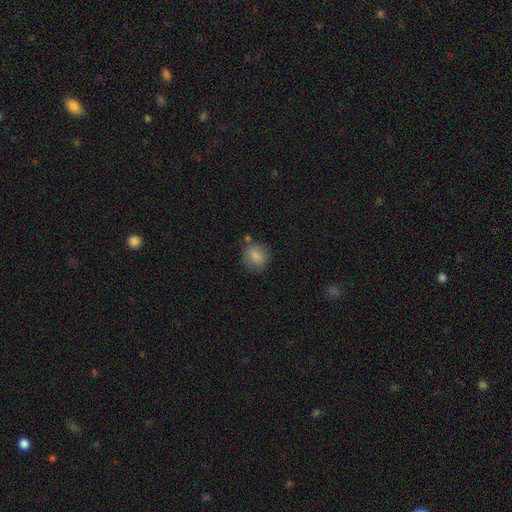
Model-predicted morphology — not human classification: type=smooth (85%); roundness=round (79%); merging=none (75%).